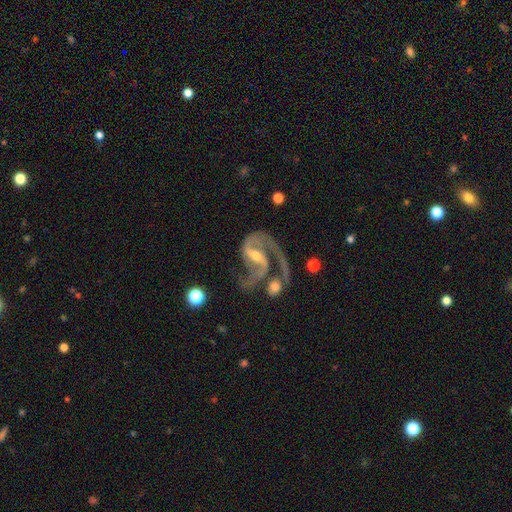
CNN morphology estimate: Smooth or featured?
  - featured or disk: 91% *
  - star or artifact: 5%
  - smooth: 4%
Edge-on disk?
  - no: 98% *
  - yes: 2%
Bar?
  - weak: 43% *
  - strong: 42%
  - no: 16%
Spiral arms?
  - yes: 97% *
  - no: 3%
Spiral winding?
  - medium: 52% *
  - loose: 34%
  - tight: 14%
Spiral arm count?
  - 2: 82% *
  - 1: 9%
  - 3: 3%
  - can't tell: 3%
  - 4: 1%
  - more than 4: 1%
Bulge size?
  - small: 54% *
  - moderate: 40%
  - none: 3%
  - large: 2%
  - dominant: 1%
Merging?
  - none: 37% *
  - major disturbance: 29%
  - merger: 18%
  - minor disturbance: 16%